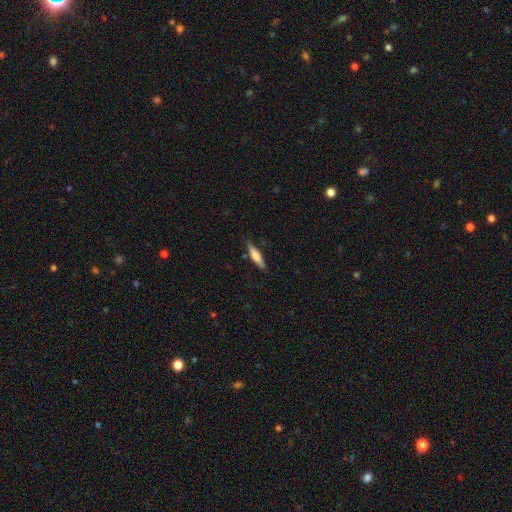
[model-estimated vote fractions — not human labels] Q: Smooth or featured?
A: smooth (62%); runner-up: featured or disk (32%)
Q: How rounded?
A: cigar-shaped (79%); runner-up: in between (20%)
Q: Merging?
A: none (83%); runner-up: minor disturbance (13%)